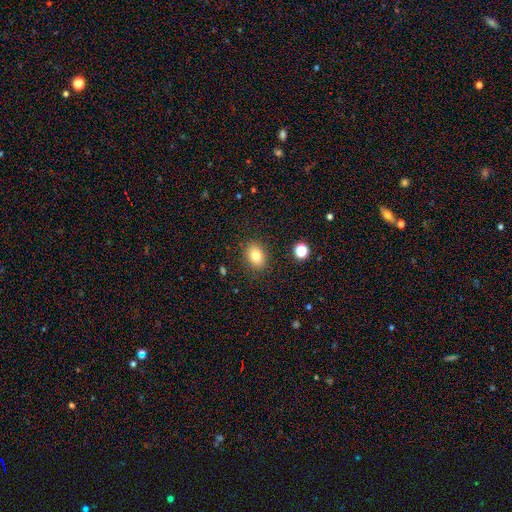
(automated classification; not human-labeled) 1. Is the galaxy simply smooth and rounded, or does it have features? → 80% smooth, 10% star or artifact, 10% featured or disk.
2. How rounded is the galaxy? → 69% in between, 30% round, 1% cigar-shaped.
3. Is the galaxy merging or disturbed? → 87% none, 9% minor disturbance, 3% major disturbance, 2% merger.